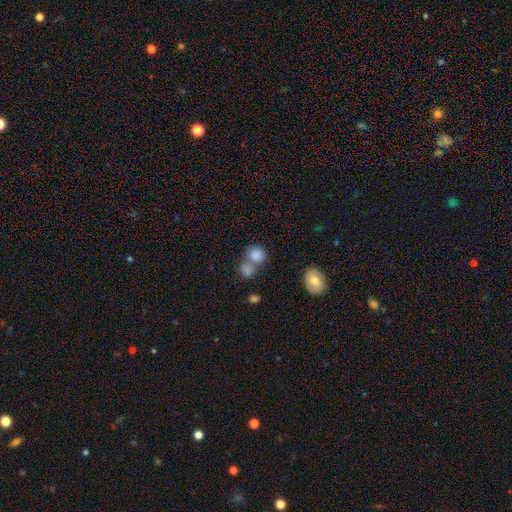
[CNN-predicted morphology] Smooth or featured? Predicted: smooth (p=0.83). How rounded? Predicted: round (p=0.73). Merging? Predicted: merger (p=0.50).